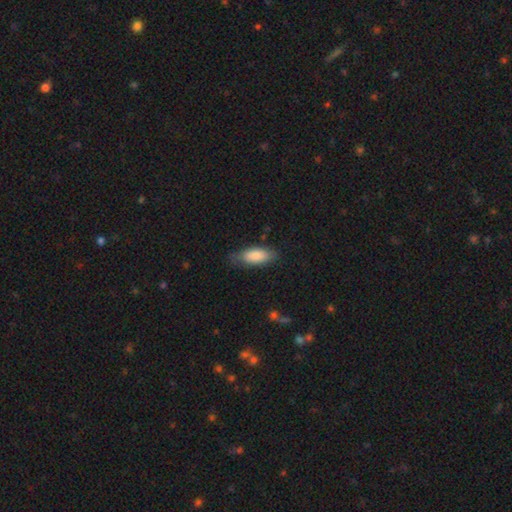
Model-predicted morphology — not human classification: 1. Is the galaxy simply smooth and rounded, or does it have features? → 85% smooth, 9% featured or disk, 6% star or artifact.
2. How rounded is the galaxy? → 80% in between, 18% cigar-shaped, 2% round.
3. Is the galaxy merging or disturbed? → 69% none, 24% minor disturbance, 5% major disturbance, 2% merger.